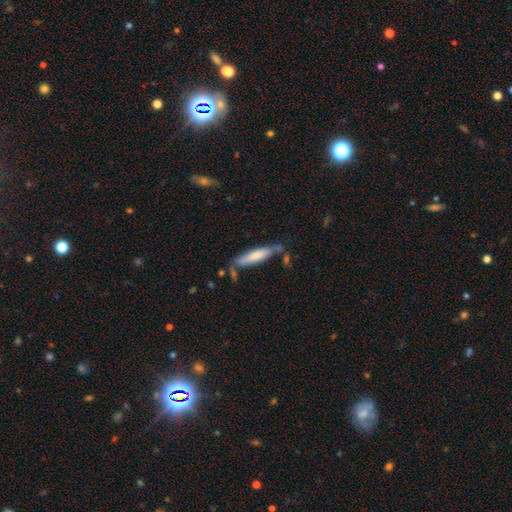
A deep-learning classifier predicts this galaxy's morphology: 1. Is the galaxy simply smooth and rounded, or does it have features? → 67% smooth, 27% featured or disk, 6% star or artifact.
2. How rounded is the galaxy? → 77% cigar-shaped, 22% in between, 1% round.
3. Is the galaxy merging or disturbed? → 60% none, 23% minor disturbance, 11% merger, 7% major disturbance.